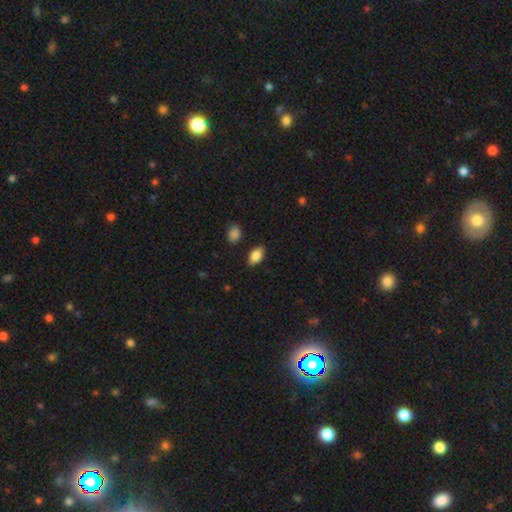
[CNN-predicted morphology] This appears to be a smooth galaxy with no disk features (87%) that is in between round and cigar-shaped (92%). Merging: none (86%).